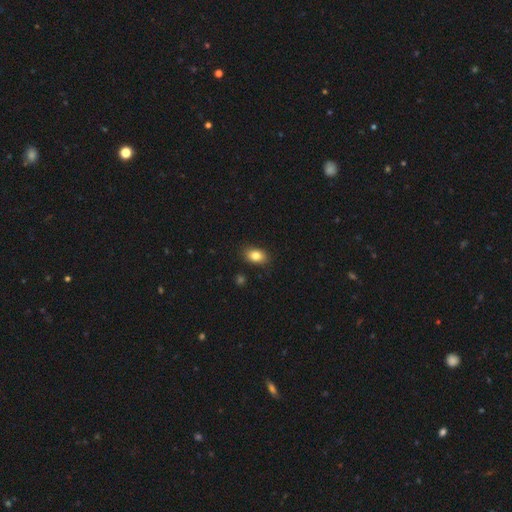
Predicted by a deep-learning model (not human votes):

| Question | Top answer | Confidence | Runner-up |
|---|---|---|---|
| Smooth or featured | smooth | 83% | star or artifact (9%) |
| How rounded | in between | 83% | round (15%) |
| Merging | none | 87% | minor disturbance (9%) |